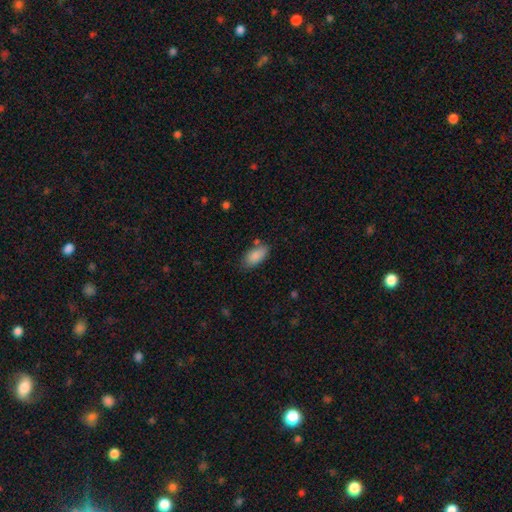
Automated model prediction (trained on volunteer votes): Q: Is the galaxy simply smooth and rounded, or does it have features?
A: smooth — 87%.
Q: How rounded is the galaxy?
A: in between — 92%.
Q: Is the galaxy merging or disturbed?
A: none — 71%.